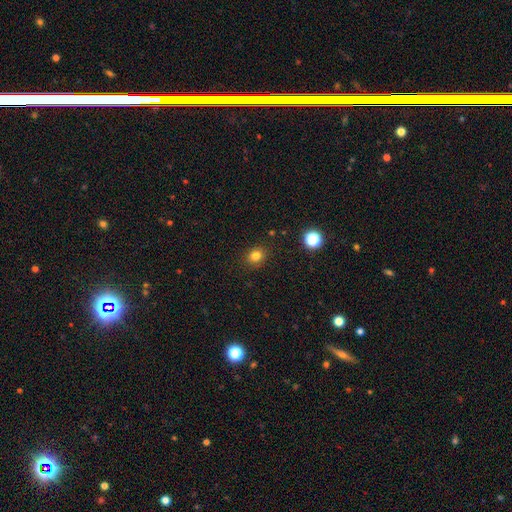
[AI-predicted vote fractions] Smooth or featured? Predicted: smooth (p=0.80). How rounded? Predicted: round (p=0.64). Merging? Predicted: none (p=0.87).